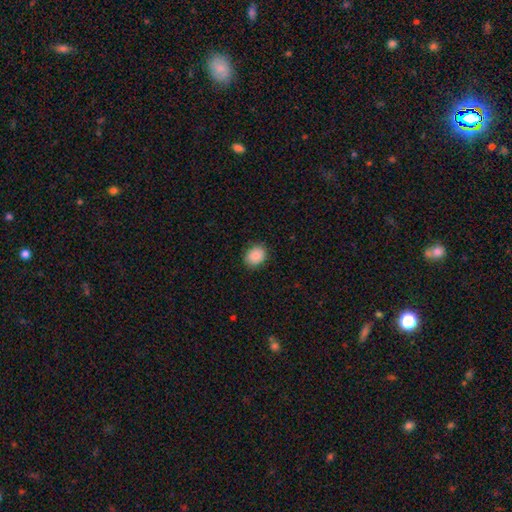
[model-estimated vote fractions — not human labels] Smooth or featured? smooth (89%)
How rounded? round (50%)
Merging? none (88%)